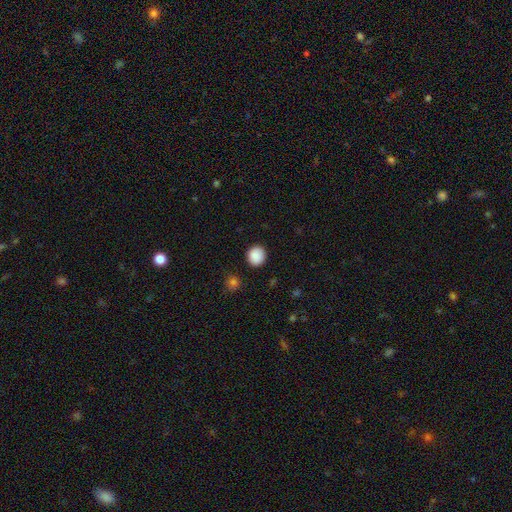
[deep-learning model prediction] smooth_or_featured: smooth (p=0.89) [alt: star or artifact p=0.08]
how_rounded: round (p=0.89) [alt: in between p=0.10]
merging: none (p=0.91) [alt: minor disturbance p=0.06]